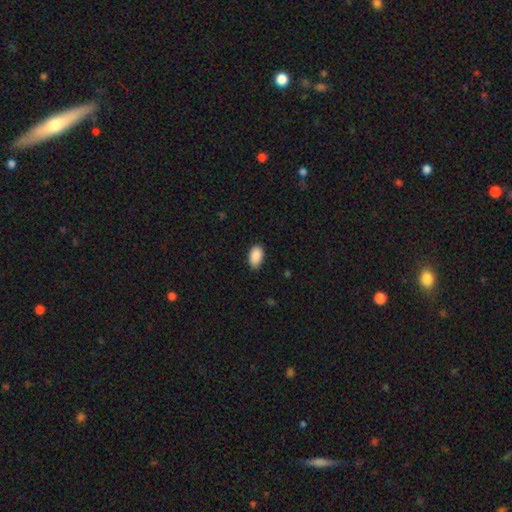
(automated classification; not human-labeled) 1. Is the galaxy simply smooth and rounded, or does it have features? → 91% smooth, 7% star or artifact, 3% featured or disk.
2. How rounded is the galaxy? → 94% in between, 5% round, 1% cigar-shaped.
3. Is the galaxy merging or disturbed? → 84% none, 13% minor disturbance, 2% major disturbance, 1% merger.